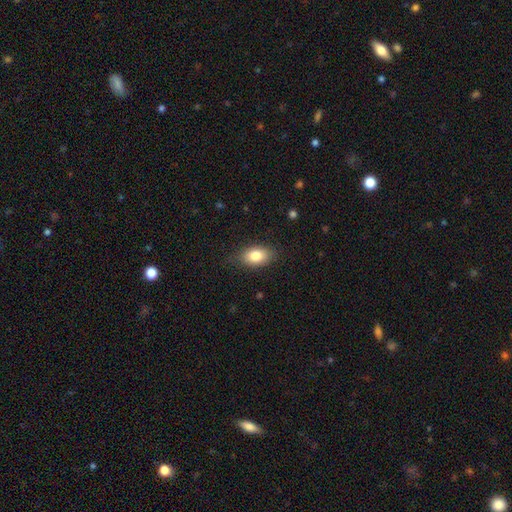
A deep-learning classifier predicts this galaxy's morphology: Smooth or featured?
  - smooth: 81% *
  - featured or disk: 11%
  - star or artifact: 7%
How rounded?
  - in between: 88% *
  - round: 9%
  - cigar-shaped: 3%
Merging?
  - none: 80% *
  - minor disturbance: 16%
  - major disturbance: 4%
  - merger: 1%